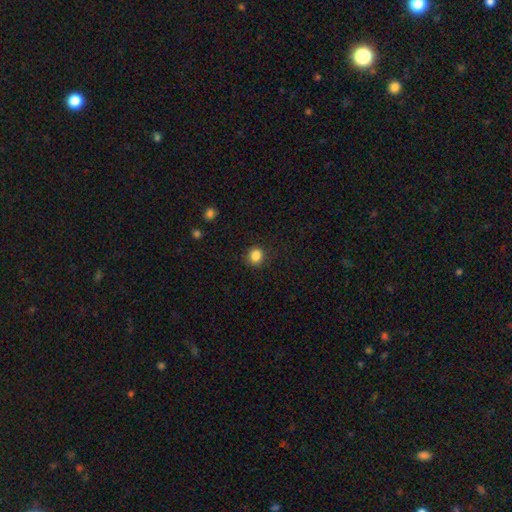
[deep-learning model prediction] smooth_or_featured: smooth (p=0.85) [alt: star or artifact p=0.11]
how_rounded: round (p=0.87) [alt: in between p=0.12]
merging: none (p=0.89) [alt: minor disturbance p=0.08]